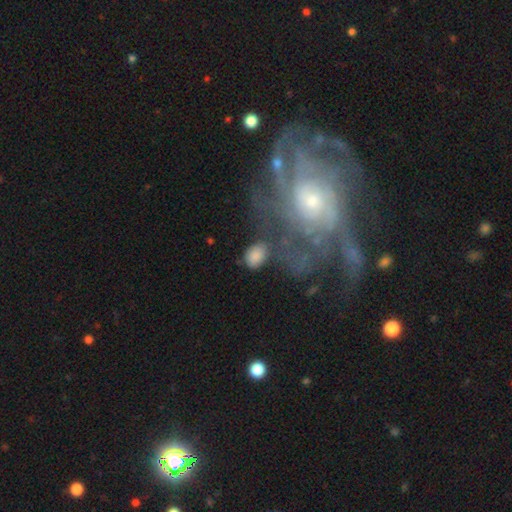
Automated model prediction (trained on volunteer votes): A smooth galaxy with no disk features (80%) that is in between round and cigar-shaped (73%).

Vote fractions:
- Smooth or featured? smooth: 80% / featured or disk: 12% / star or artifact: 9%
- How rounded? in between: 73% / round: 25% / cigar-shaped: 2%
- Merging? none: 63% / minor disturbance: 19% / major disturbance: 10% / merger: 7%